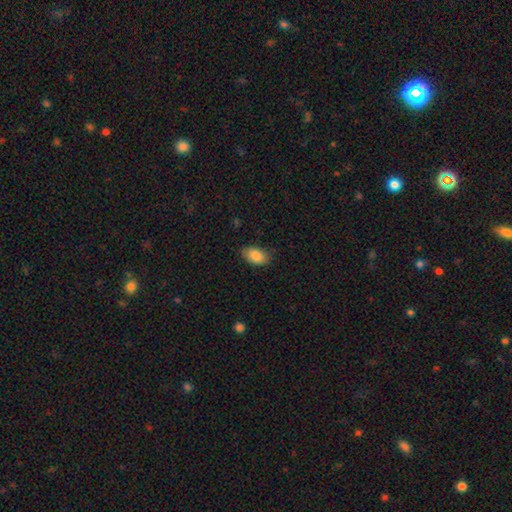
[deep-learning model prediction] Morphology: type=smooth (87%); roundness=in between (92%); merging=none (79%).